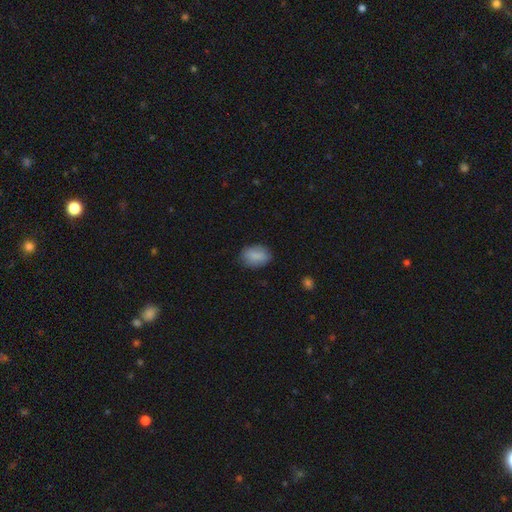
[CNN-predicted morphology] type=smooth (86%); roundness=in between (84%); merging=none (79%).